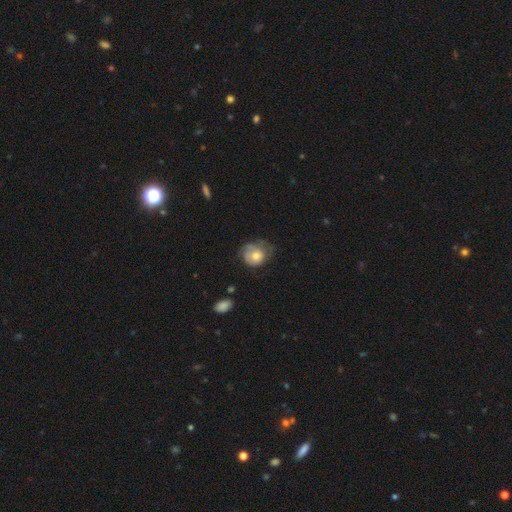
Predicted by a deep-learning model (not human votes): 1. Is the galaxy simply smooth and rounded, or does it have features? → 63% smooth, 29% featured or disk, 8% star or artifact.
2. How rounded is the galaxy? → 67% round, 32% in between, 1% cigar-shaped.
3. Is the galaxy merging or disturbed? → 38% none, 36% minor disturbance, 24% major disturbance, 3% merger.